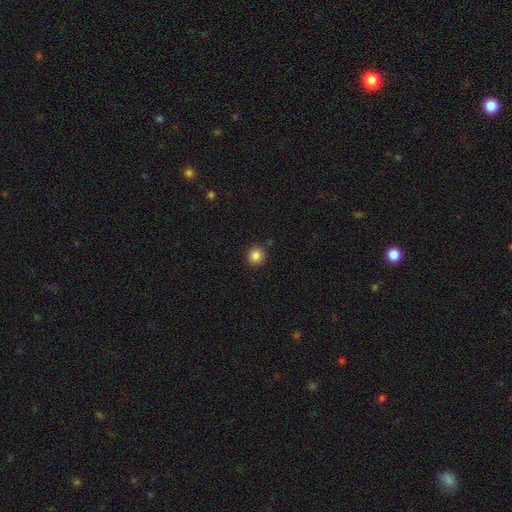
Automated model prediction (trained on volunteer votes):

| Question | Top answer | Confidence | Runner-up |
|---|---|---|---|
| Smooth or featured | smooth | 85% | star or artifact (10%) |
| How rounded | round | 91% | in between (8%) |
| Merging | none | 89% | minor disturbance (7%) |